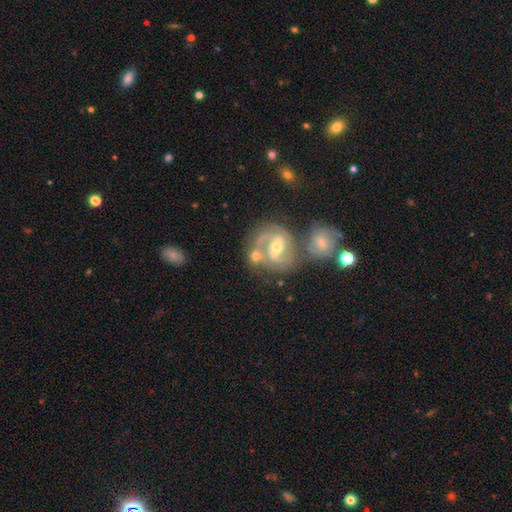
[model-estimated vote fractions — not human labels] smooth-or-featured: featured or disk: 81% | smooth: 12% | star or artifact: 6%
  disk-edge-on: no: 97% | yes: 3%
    bar: weak: 45% | strong: 35% | no: 20%
    has-spiral-arms: yes: 95% | no: 5%
      spiral-winding: medium: 55% | tight: 32% | loose: 13%
      spiral-arm-count: 2: 76% | 3: 11% | can't tell: 6% | 1: 3% | 4: 2% | more than 4: 2%
    bulge-size: moderate: 62% | small: 33% | large: 3% | none: 1% | dominant: 1%
  merging: none: 45% | merger: 36% | minor disturbance: 14% | major disturbance: 6%